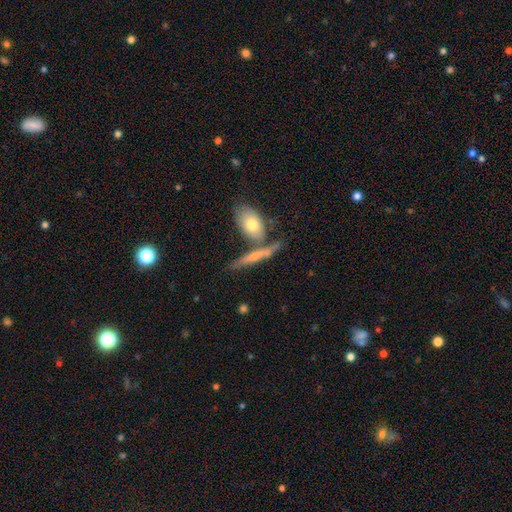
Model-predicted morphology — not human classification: Q: Smooth or featured?
A: smooth (50%); runner-up: featured or disk (44%)
Q: Merging?
A: none (54%); runner-up: merger (26%)